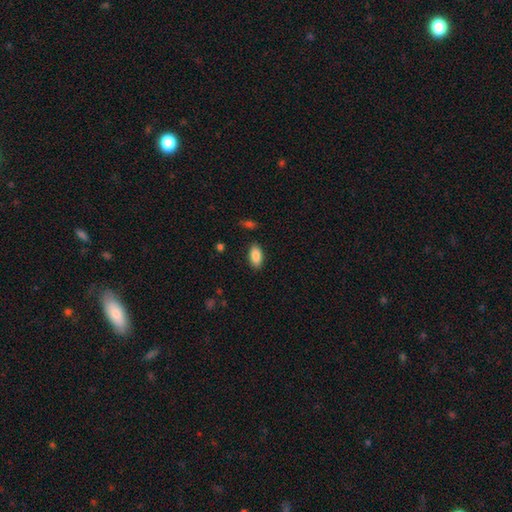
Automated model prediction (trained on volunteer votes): Q: Smooth or featured?
A: smooth (87%); runner-up: star or artifact (7%)
Q: How rounded?
A: in between (93%); runner-up: cigar-shaped (5%)
Q: Merging?
A: none (87%); runner-up: minor disturbance (9%)